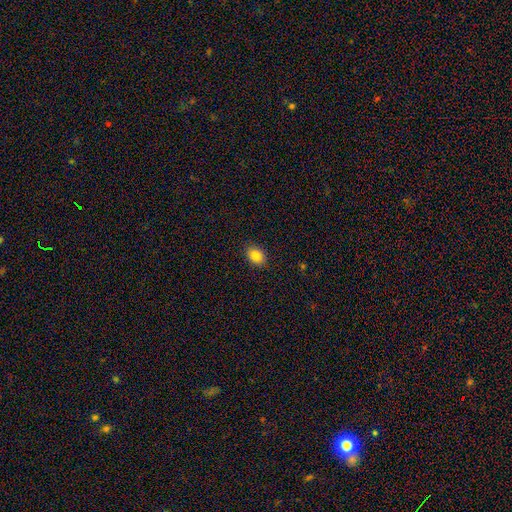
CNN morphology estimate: This is clearly a smooth galaxy (84%). How rounded: likely in between (72%). Merging: clearly none (88%).